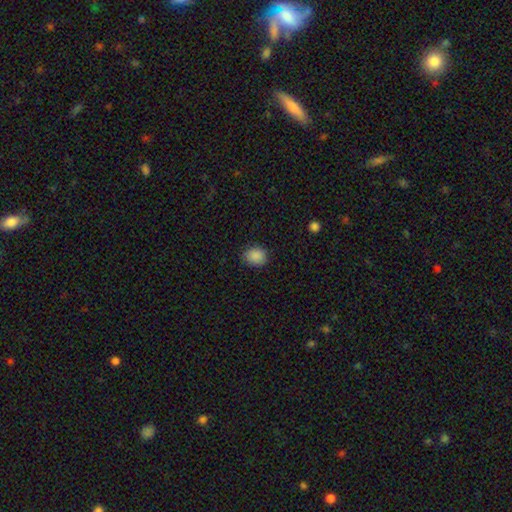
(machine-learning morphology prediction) A smooth galaxy with no disk features (88%) that is round (57%).

Vote fractions:
- Smooth or featured? smooth: 88% / star or artifact: 9% / featured or disk: 3%
- How rounded? round: 57% / in between: 42% / cigar-shaped: 1%
- Merging? none: 85% / minor disturbance: 12% / major disturbance: 3% / merger: 1%